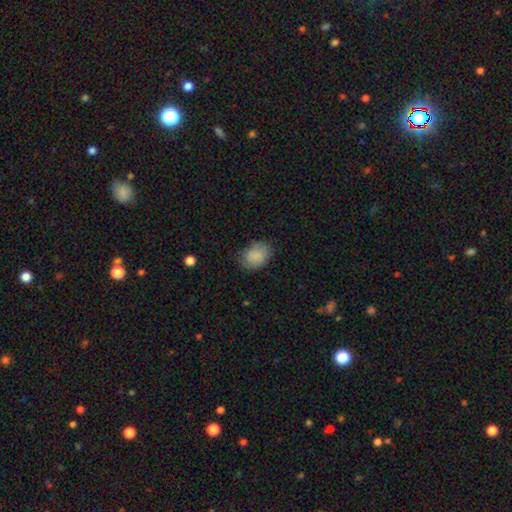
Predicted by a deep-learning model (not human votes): Smooth or featured: smooth — 86% (star or artifact — 7%)
How rounded: in between — 72% (round — 27%)
Merging: none — 75% (minor disturbance — 19%)